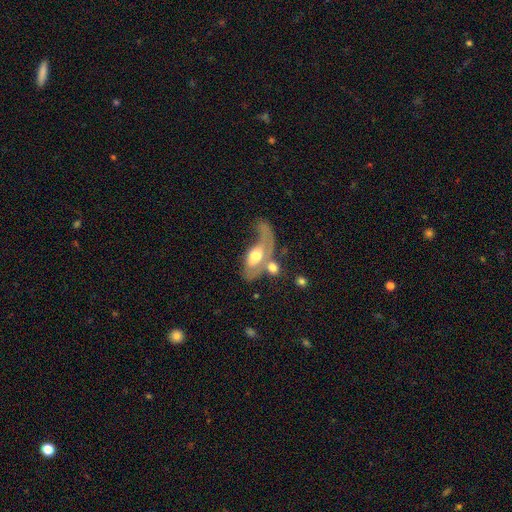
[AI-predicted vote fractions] Smooth or featured: featured or disk — 49% (smooth — 44%)
Merging: merger — 39% (major disturbance — 34%)